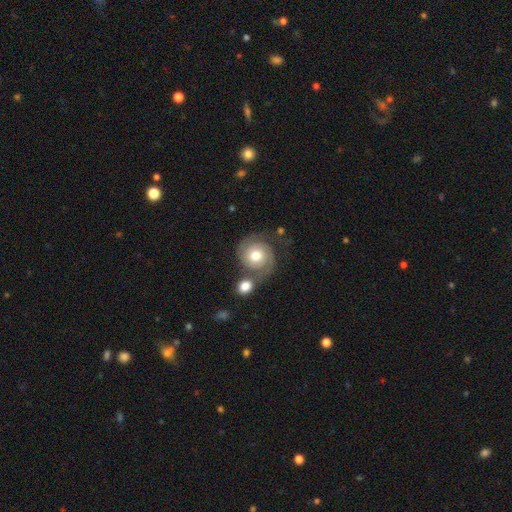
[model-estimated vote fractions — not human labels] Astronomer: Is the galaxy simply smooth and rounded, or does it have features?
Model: featured or disk — 71%.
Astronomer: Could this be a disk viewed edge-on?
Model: no — 98%.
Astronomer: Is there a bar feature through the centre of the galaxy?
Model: no — 79%.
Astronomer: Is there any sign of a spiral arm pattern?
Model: yes — 92%.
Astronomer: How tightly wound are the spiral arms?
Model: tight — 51% (runner-up: medium, 35%).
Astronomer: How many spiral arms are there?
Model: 2 — 86%.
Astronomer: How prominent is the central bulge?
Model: moderate — 72%.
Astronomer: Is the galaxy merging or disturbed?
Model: none — 54%.